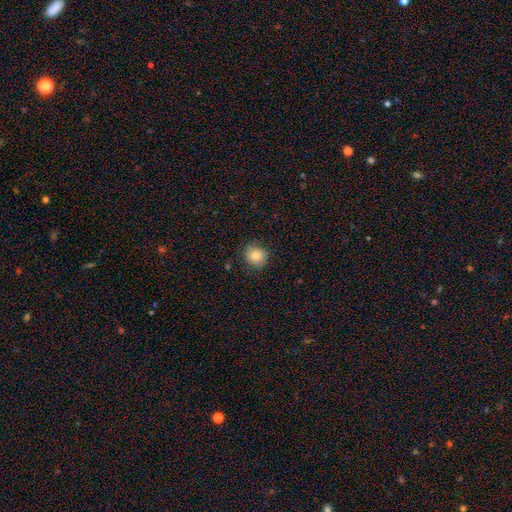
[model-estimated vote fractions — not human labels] The model was most divided on "how rounded": round: 82%, in between: 17%, cigar-shaped: 1%. More confident: smooth or featured — smooth (83%); merging — none (81%).